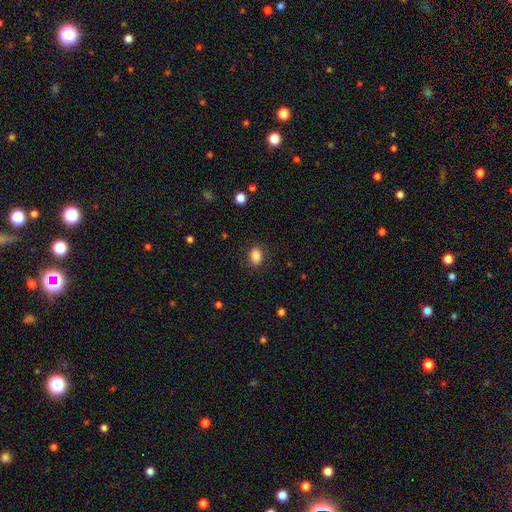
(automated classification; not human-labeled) smooth 85%, star or artifact 9%, featured or disk 6%. Down the decision tree: how rounded — in between (68%); merging — none (85%).